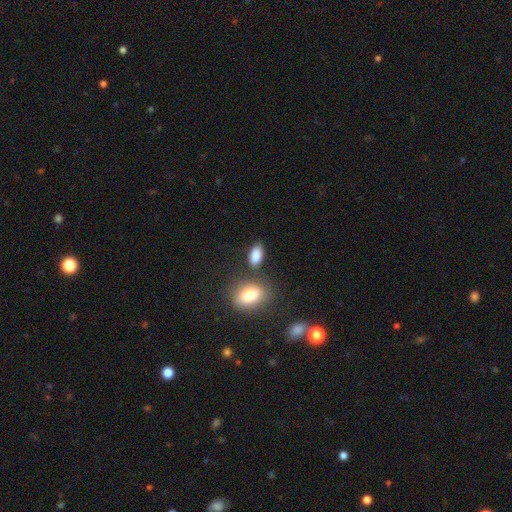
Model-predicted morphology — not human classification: This is clearly a smooth galaxy (86%). How rounded: clearly in between (90%). Merging: likely none (70%).